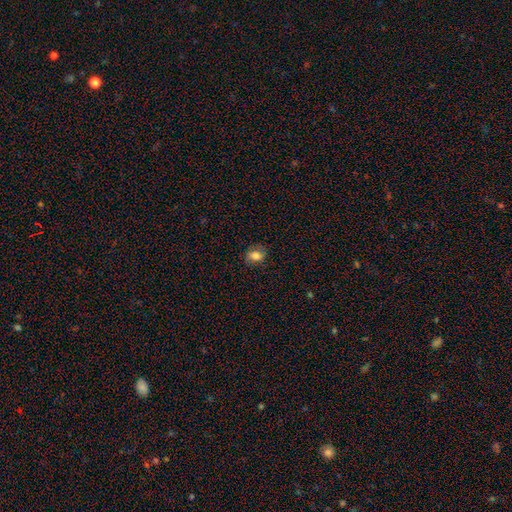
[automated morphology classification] Smooth or featured? smooth (75%)
How rounded? in between (65%)
Merging? none (76%)